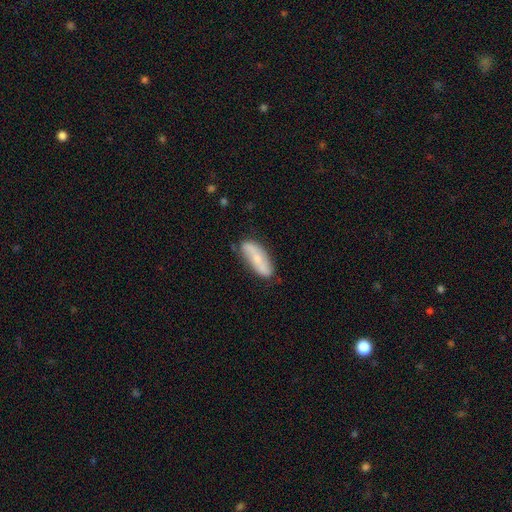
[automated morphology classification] smooth_or_featured: smooth (p=0.52) [alt: featured or disk p=0.42]
how_rounded: in between (p=0.62) [alt: cigar-shaped p=0.35]
merging: none (p=0.74) [alt: minor disturbance p=0.20]